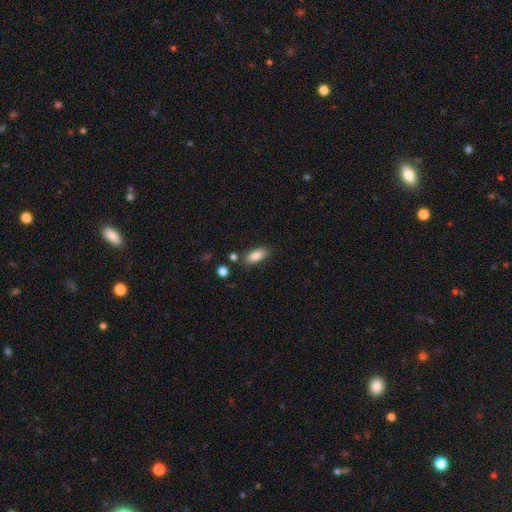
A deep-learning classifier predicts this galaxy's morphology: Smooth or featured? smooth (85%)
How rounded? in between (83%)
Merging? none (80%)